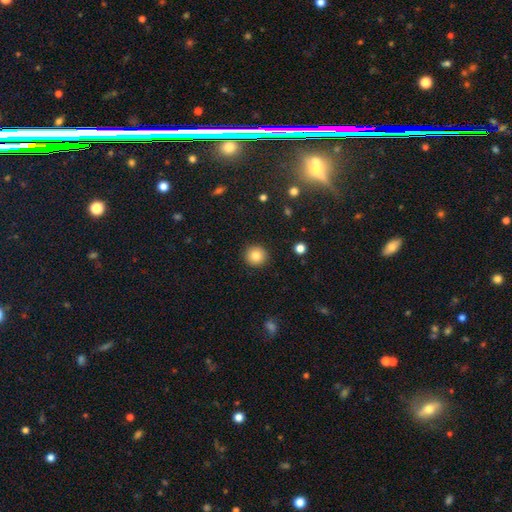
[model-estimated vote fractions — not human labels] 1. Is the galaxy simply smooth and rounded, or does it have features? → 83% smooth, 10% star or artifact, 7% featured or disk.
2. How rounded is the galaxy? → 93% round, 6% in between, 1% cigar-shaped.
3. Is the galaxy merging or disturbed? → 92% none, 5% minor disturbance, 2% major disturbance, 1% merger.